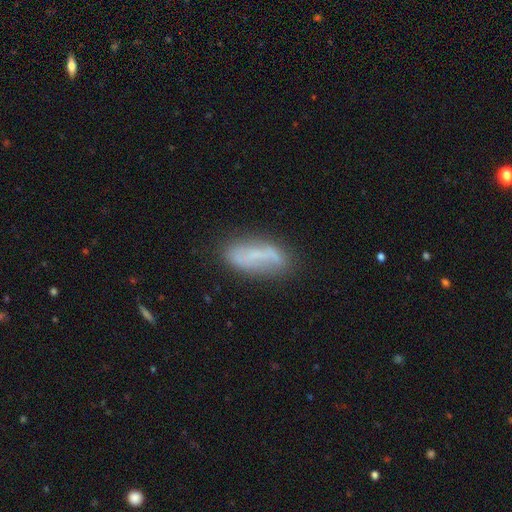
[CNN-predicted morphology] A smooth galaxy with no disk features (46%).

Vote fractions:
- Smooth or featured? smooth: 46% / featured or disk: 44% / star or artifact: 10%
- Merging? none: 64% / minor disturbance: 22% / major disturbance: 8% / merger: 6%